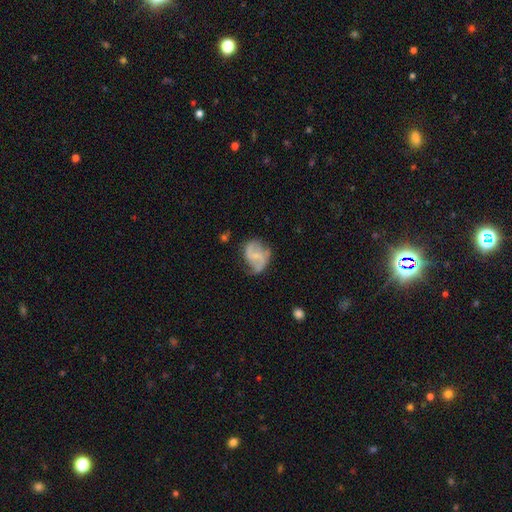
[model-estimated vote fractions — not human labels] A featured or disk galaxy (71%) with a weak bar (48%), 2 (81%) loose (43%) spiral arms (87%) and a small central bulge (50%).

Vote fractions:
- Smooth or featured? featured or disk: 71% / smooth: 22% / star or artifact: 7%
- Edge-on disk? no: 98% / yes: 2%
- Bar? weak: 48% / no: 35% / strong: 16%
- Spiral arms? yes: 87% / no: 13%
- Spiral winding? loose: 43% / medium: 42% / tight: 14%
- Spiral arm count? 2: 81% / can't tell: 9% / 1: 5% / 3: 2% / 4: 1% / more than 4: 1%
- Bulge size? small: 50% / none: 28% / moderate: 19% / large: 2% / dominant: 1%
- Merging? none: 52% / minor disturbance: 28% / major disturbance: 17% / merger: 3%